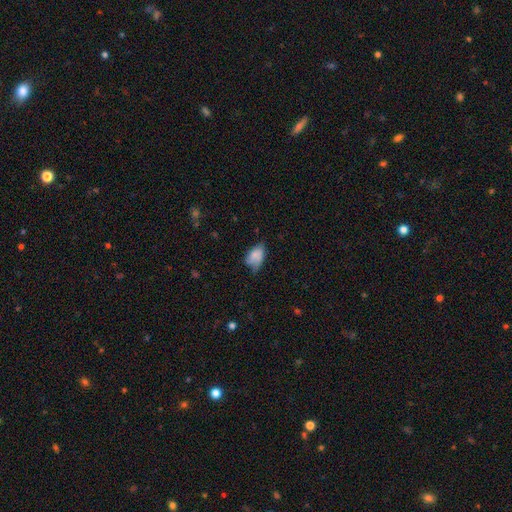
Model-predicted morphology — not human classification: This is likely a smooth galaxy (73%). How rounded: clearly in between (90%). Merging: marginally minor disturbance (40%).